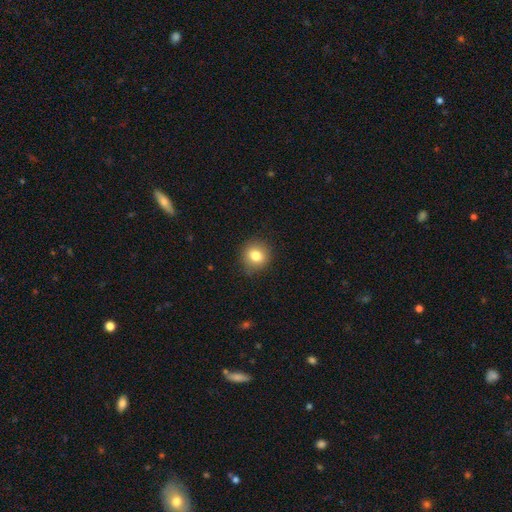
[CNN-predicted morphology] A smooth galaxy with no disk features (81%) that is round (85%).

Vote fractions:
- Smooth or featured? smooth: 81% / star or artifact: 10% / featured or disk: 9%
- How rounded? round: 85% / in between: 14% / cigar-shaped: 1%
- Merging? none: 88% / minor disturbance: 9% / major disturbance: 2% / merger: 1%